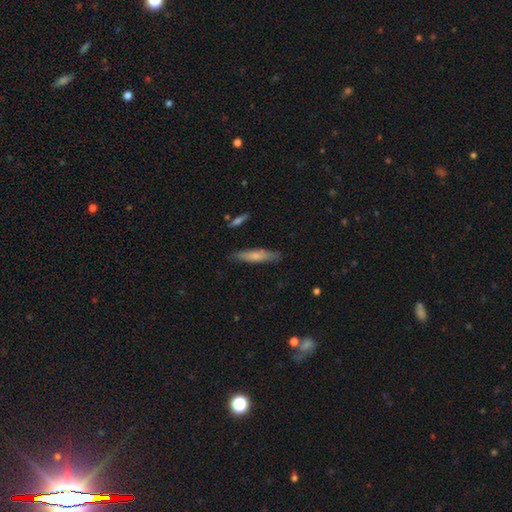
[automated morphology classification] Smooth or featured: smooth — 67% (featured or disk — 27%)
How rounded: cigar-shaped — 83% (in between — 15%)
Merging: none — 85% (minor disturbance — 12%)